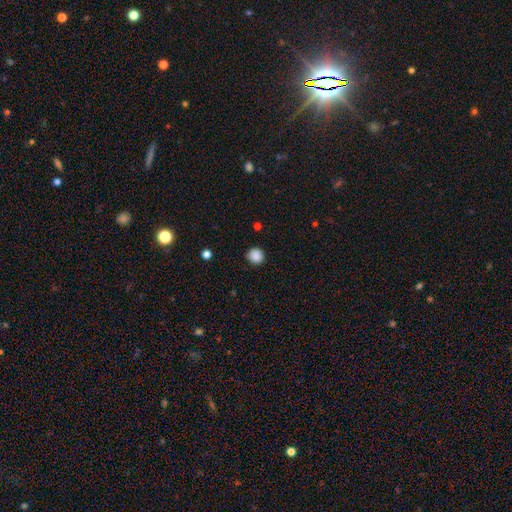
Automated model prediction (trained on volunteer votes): Overall: smooth (88%). How rounded: round (92%). Merging: none (89%).